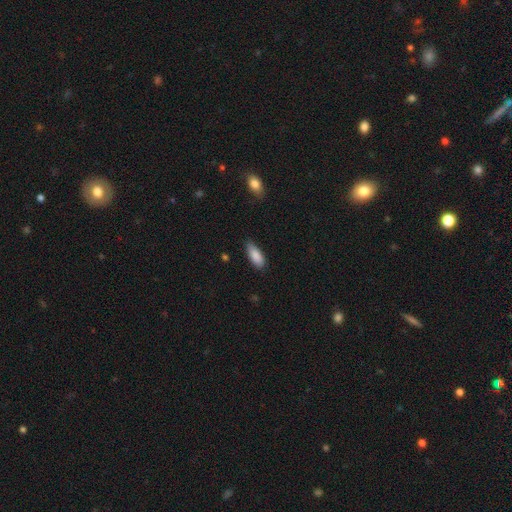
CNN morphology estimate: Q: Smooth or featured?
A: smooth (88%); runner-up: featured or disk (6%)
Q: How rounded?
A: in between (78%); runner-up: cigar-shaped (20%)
Q: Merging?
A: none (76%); runner-up: minor disturbance (20%)